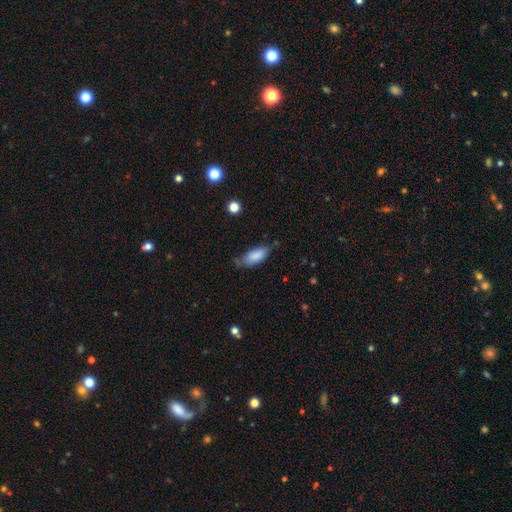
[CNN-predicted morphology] smooth 84%, featured or disk 10%, star or artifact 6%. Down the decision tree: how rounded — in between (83%); merging — none (59%).